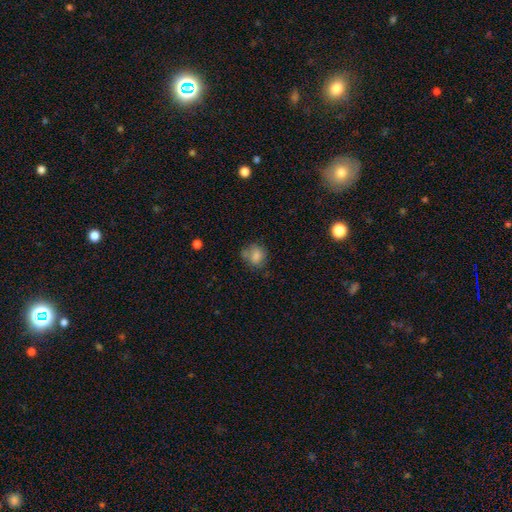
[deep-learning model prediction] smooth 77%, featured or disk 12%, star or artifact 11%. Down the decision tree: how rounded — round (59%); merging — none (54%).